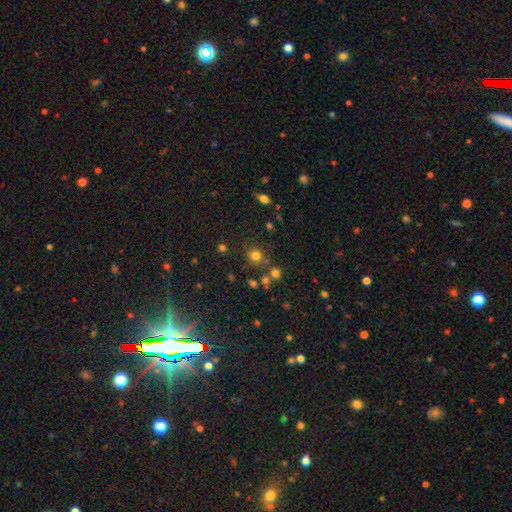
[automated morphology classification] smooth 74%, star or artifact 19%, featured or disk 7%. Down the decision tree: how rounded — round (89%); merging — none (76%).